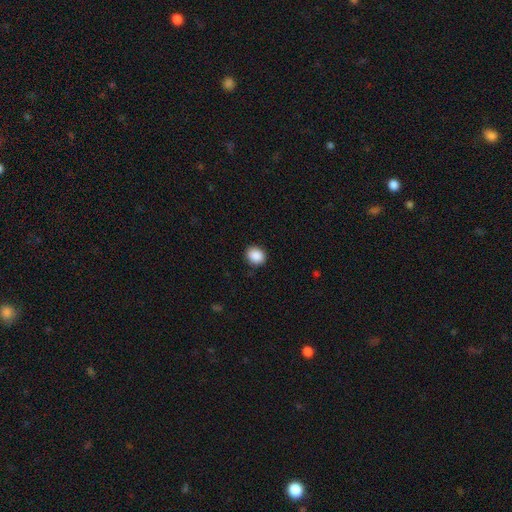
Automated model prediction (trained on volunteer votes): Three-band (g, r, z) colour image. It shows a smooth galaxy with no disk features (89%) that is round (62%). Merging: none (88%).